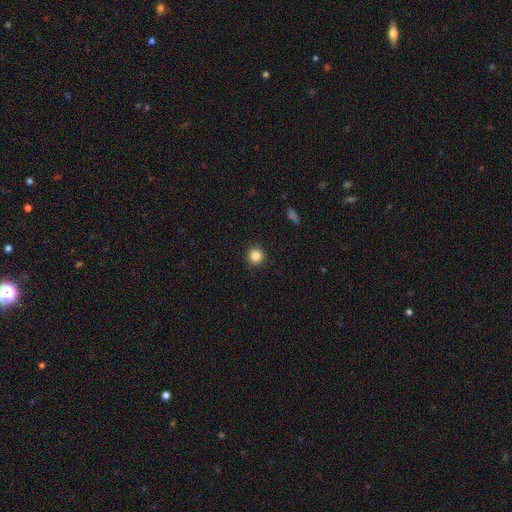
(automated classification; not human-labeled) Morphology: type=smooth (85%); roundness=round (95%); merging=none (92%).